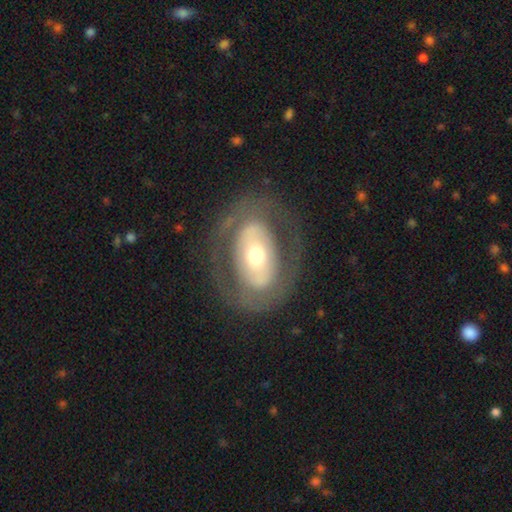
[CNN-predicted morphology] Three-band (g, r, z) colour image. It shows a featured or disk galaxy (64%) with no bar (57%), no spiral arms (76%) and a moderate central bulge (64%). Merging: none (76%).